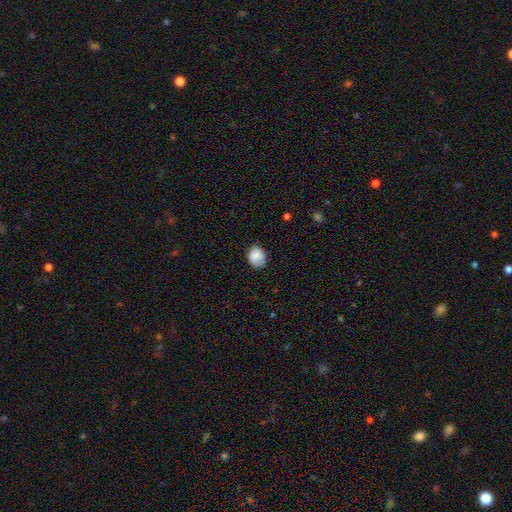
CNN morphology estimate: Smooth or featured?
  - smooth: 81% *
  - featured or disk: 11%
  - star or artifact: 8%
How rounded?
  - in between: 52% *
  - round: 48%
  - cigar-shaped: 1%
Merging?
  - none: 66% *
  - minor disturbance: 27%
  - major disturbance: 6%
  - merger: 2%